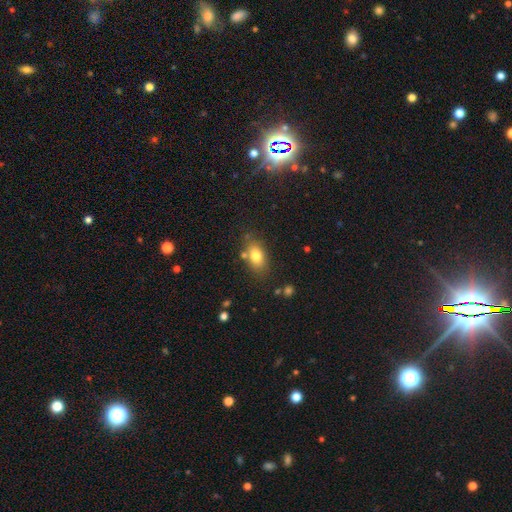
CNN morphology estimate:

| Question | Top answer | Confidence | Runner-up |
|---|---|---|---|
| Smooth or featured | smooth | 79% | featured or disk (12%) |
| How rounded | in between | 85% | round (12%) |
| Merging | none | 74% | minor disturbance (15%) |